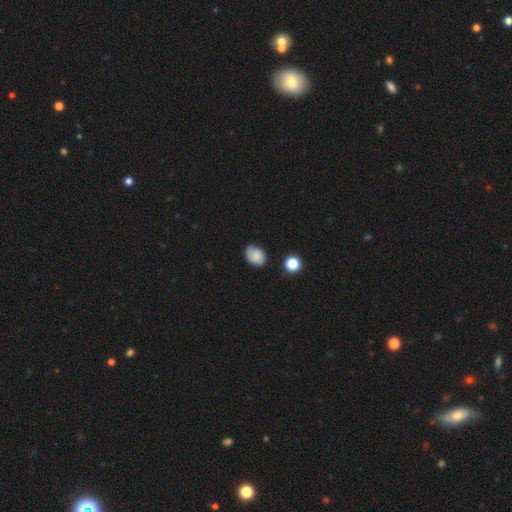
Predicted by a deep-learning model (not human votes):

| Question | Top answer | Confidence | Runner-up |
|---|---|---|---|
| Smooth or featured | smooth | 64% | featured or disk (25%) |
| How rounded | in between | 61% | round (38%) |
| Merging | none | 61% | minor disturbance (28%) |